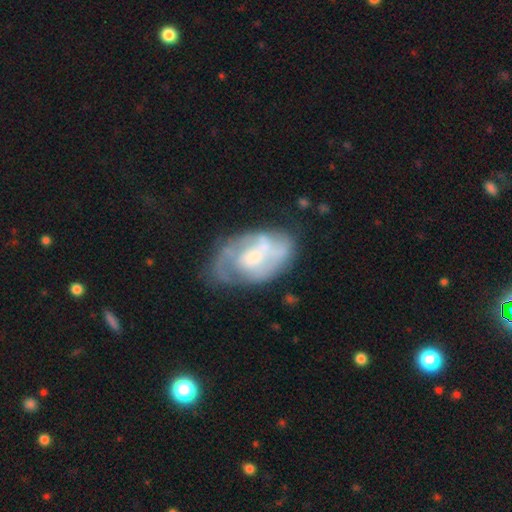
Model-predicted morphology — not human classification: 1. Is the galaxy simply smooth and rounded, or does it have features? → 72% featured or disk, 22% smooth, 6% star or artifact.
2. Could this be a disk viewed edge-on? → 96% no, 4% yes.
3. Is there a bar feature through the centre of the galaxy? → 58% no, 33% weak, 8% strong.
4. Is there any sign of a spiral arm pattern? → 71% yes, 29% no.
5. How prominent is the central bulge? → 45% moderate, 34% small, 10% large, 9% none, 2% dominant.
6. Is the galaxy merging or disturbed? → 54% none, 25% minor disturbance, 16% major disturbance, 5% merger.